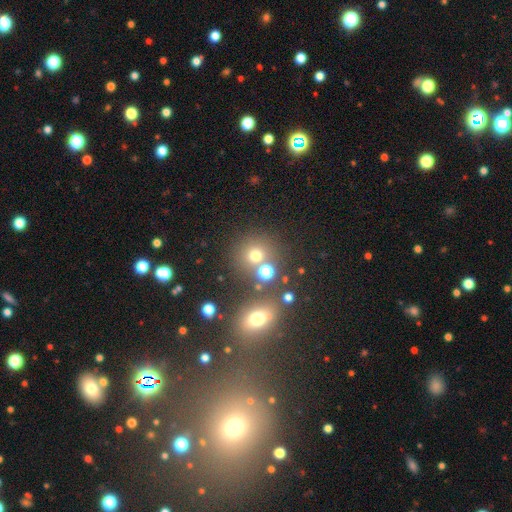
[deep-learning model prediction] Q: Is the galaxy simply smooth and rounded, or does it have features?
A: smooth — 66%.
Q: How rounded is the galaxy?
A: round — 87%.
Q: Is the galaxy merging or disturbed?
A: none — 70%.